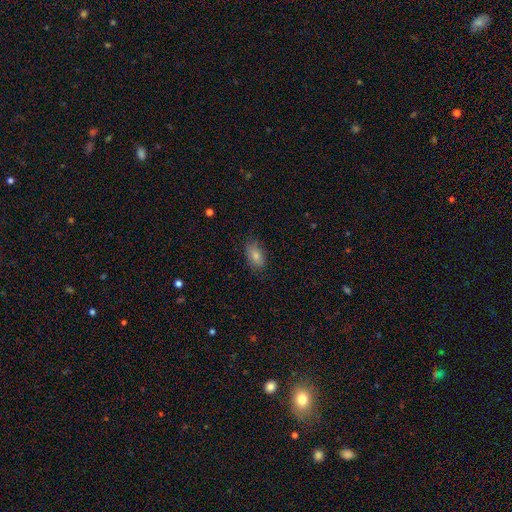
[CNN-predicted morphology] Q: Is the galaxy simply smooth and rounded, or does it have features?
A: smooth — 80%.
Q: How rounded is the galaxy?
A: in between — 90%.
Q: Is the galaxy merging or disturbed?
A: none — 76%.